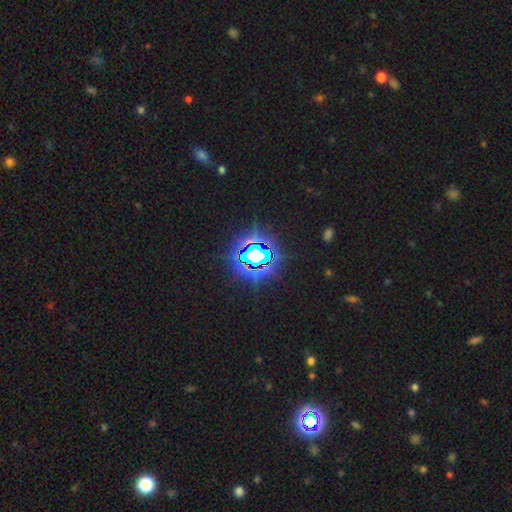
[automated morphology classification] smooth_or_featured: star or artifact (p=0.79) [alt: smooth p=0.11]